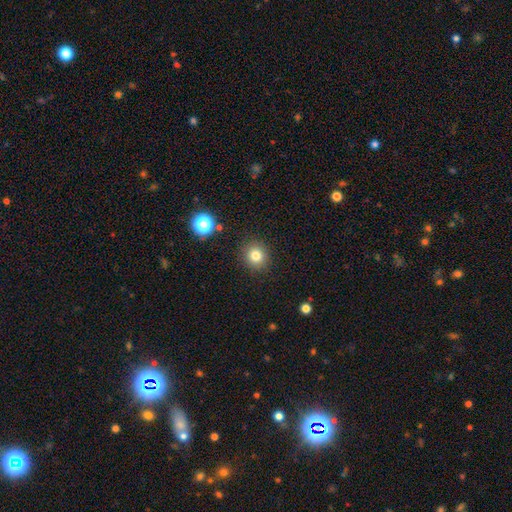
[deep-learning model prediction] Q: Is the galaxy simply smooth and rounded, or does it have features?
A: smooth — 80%.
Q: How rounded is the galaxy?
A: round — 87%.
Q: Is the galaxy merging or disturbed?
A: none — 89%.